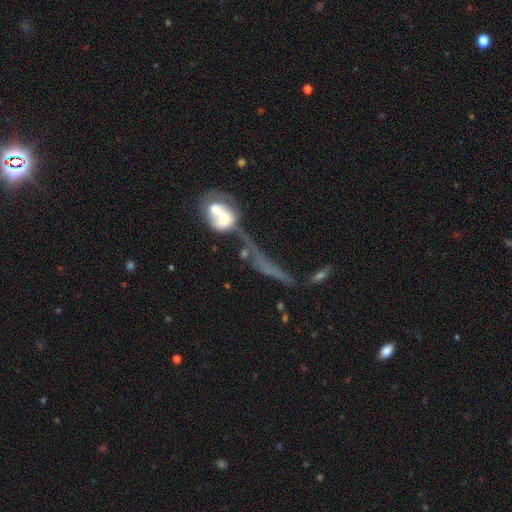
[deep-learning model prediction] A featured or disk galaxy (51%).

Vote fractions:
- Smooth or featured? featured or disk: 51% / smooth: 33% / star or artifact: 16%
- Edge-on disk? no: 65% / yes: 35%
- Merging? merger: 53% / major disturbance: 21% / none: 18% / minor disturbance: 9%